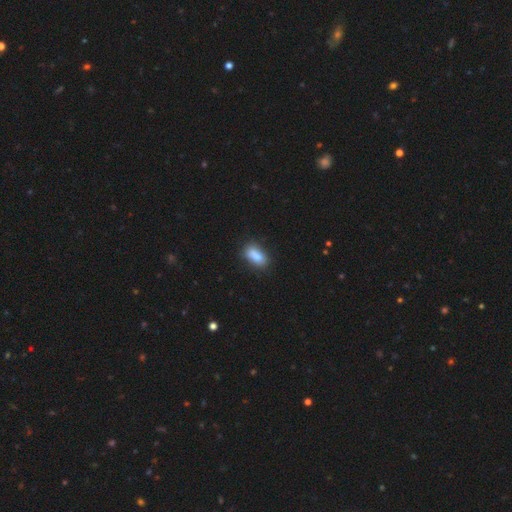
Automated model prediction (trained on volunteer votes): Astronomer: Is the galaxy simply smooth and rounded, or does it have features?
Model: smooth — 82%.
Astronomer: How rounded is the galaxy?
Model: in between — 87%.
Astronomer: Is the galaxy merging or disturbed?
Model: none — 67%.